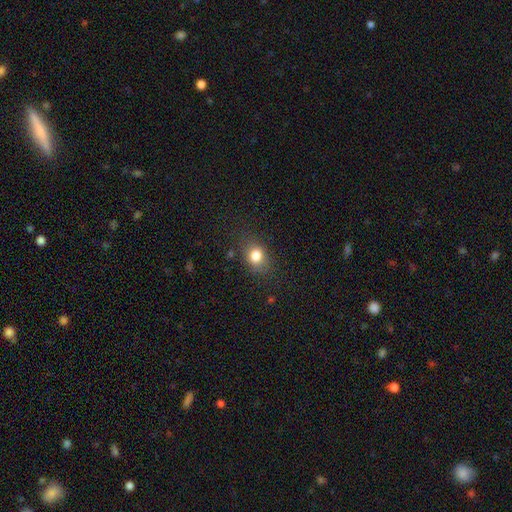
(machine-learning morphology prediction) Smooth or featured? Predicted: smooth (p=0.80). How rounded? Predicted: in between (p=0.51). Merging? Predicted: none (p=0.78).